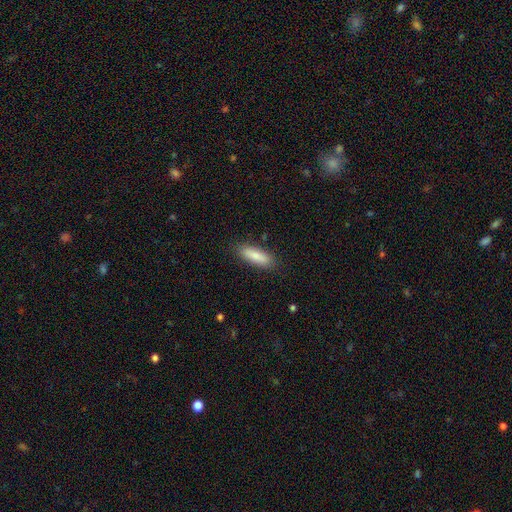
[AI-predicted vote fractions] Overall: smooth (83%). How rounded: in between (52%; cigar-shaped 46%). Merging: none (86%).